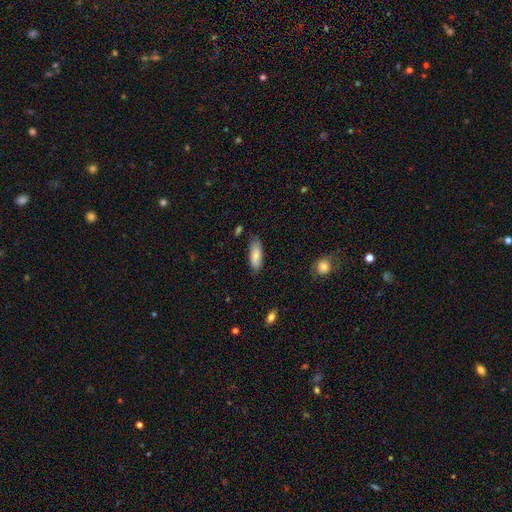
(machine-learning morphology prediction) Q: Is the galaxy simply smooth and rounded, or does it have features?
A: smooth — 81%.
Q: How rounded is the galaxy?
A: in between — 69%.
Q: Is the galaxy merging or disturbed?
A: none — 78%.